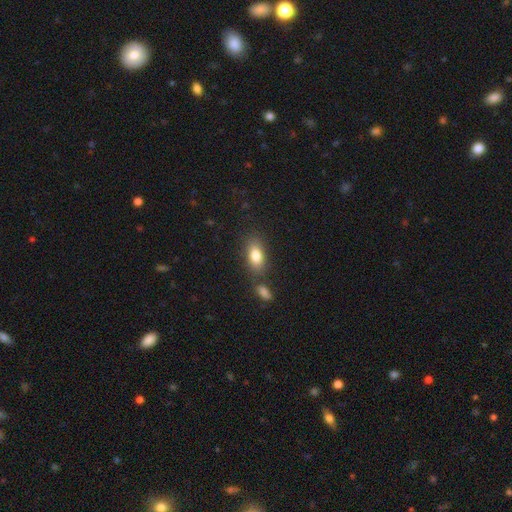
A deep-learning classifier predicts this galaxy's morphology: The model was most divided on "merging": none: 70%, minor disturbance: 14%, merger: 13%, major disturbance: 4%. More confident: how rounded — in between (86%); smooth or featured — smooth (82%).